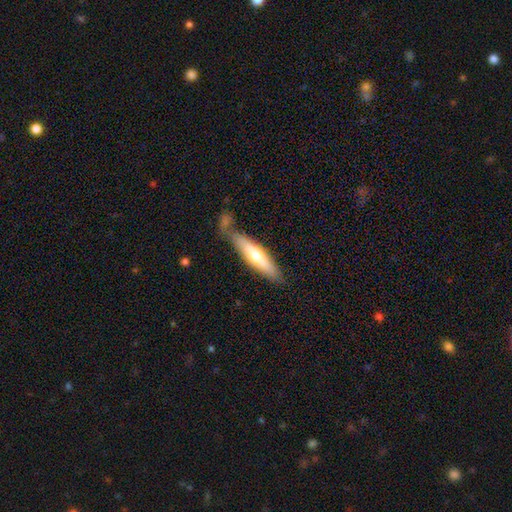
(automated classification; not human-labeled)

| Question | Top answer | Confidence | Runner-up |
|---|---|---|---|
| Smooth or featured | smooth | 60% | featured or disk (35%) |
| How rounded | cigar-shaped | 78% | in between (21%) |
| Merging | none | 64% | minor disturbance (18%) |